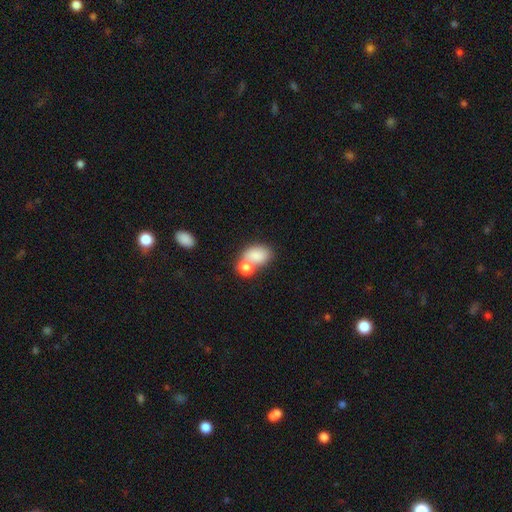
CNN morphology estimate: A smooth galaxy with no disk features (80%) that is in between round and cigar-shaped (79%).

Vote fractions:
- Smooth or featured? smooth: 80% / featured or disk: 11% / star or artifact: 9%
- How rounded? in between: 79% / round: 20% / cigar-shaped: 1%
- Merging? merger: 48% / none: 34% / minor disturbance: 12% / major disturbance: 7%